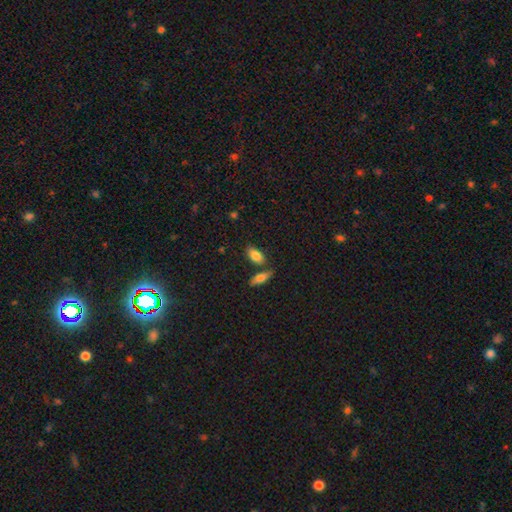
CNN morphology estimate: Smooth or featured: smooth — 84% (featured or disk — 9%)
How rounded: in between — 89% (cigar-shaped — 8%)
Merging: none — 69% (merger — 16%)